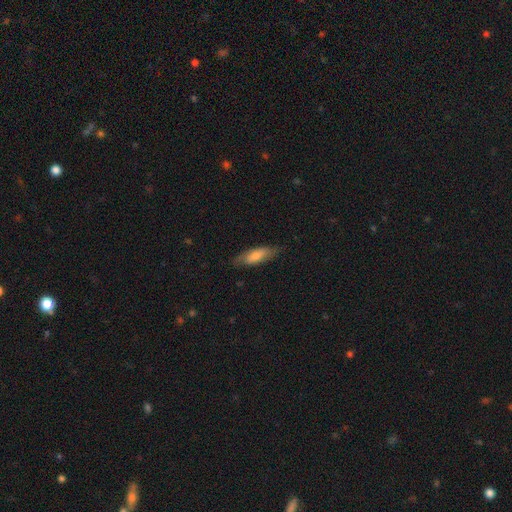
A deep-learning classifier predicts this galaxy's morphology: A smooth galaxy with no disk features (63%) that is in between round and cigar-shaped (58%).

Vote fractions:
- Smooth or featured? smooth: 63% / featured or disk: 31% / star or artifact: 6%
- How rounded? in between: 58% / cigar-shaped: 39% / round: 2%
- Merging? none: 74% / minor disturbance: 20% / major disturbance: 5% / merger: 1%